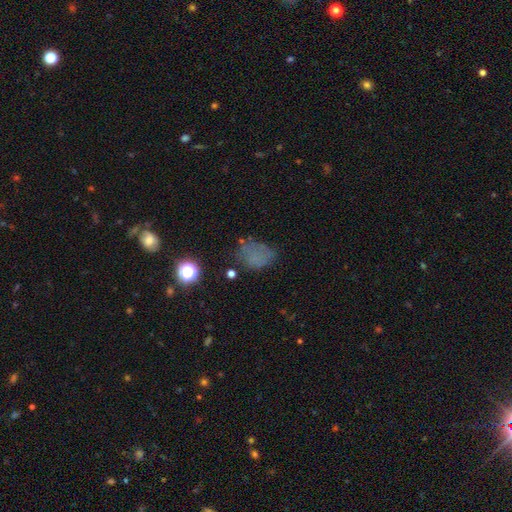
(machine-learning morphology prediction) Overall: smooth (56%; star or artifact 26%). How rounded: in between (68%; round 31%). Merging: none (50%; minor disturbance 26%).